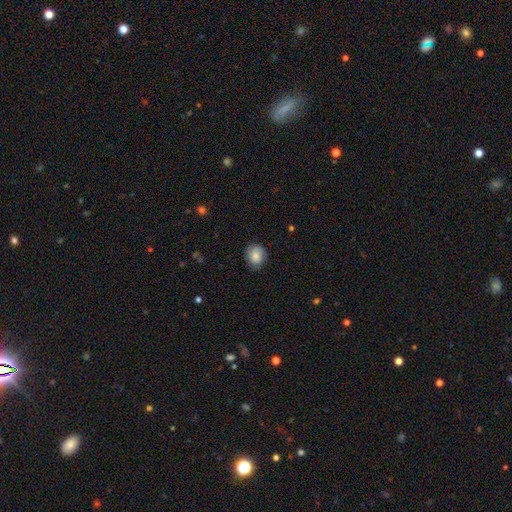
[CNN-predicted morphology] The model was most divided on "how rounded": round: 58%, in between: 42%, cigar-shaped: 1%. More confident: smooth or featured — smooth (81%); merging — none (78%).